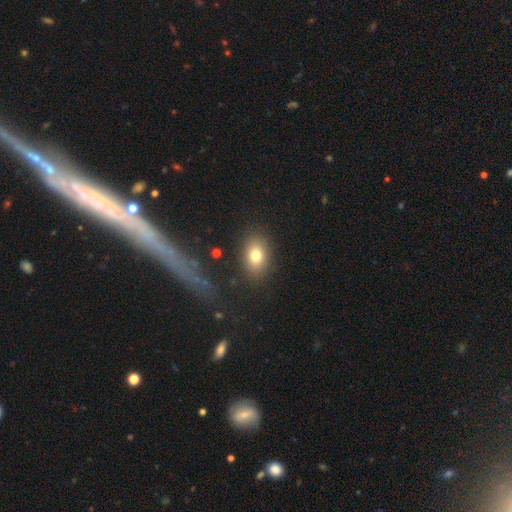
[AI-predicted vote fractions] Morphology: type=smooth (78%); roundness=in between (79%); merging=none (84%).